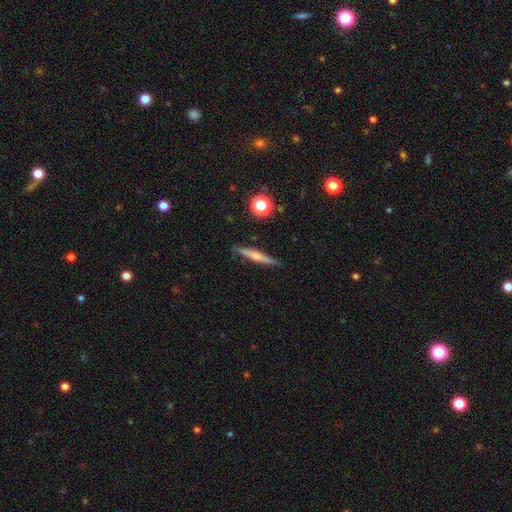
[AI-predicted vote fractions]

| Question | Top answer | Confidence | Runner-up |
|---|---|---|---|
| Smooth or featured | smooth | 48% | featured or disk (44%) |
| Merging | none | 88% | minor disturbance (9%) |